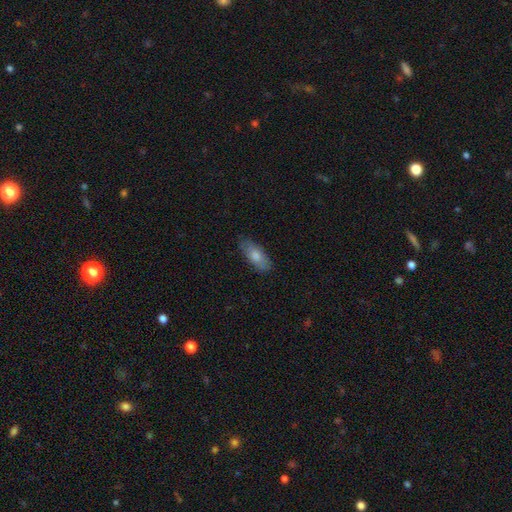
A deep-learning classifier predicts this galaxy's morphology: This appears to be a smooth galaxy with no disk features (67%) that is in between round and cigar-shaped (74%). Merging: none (84%).